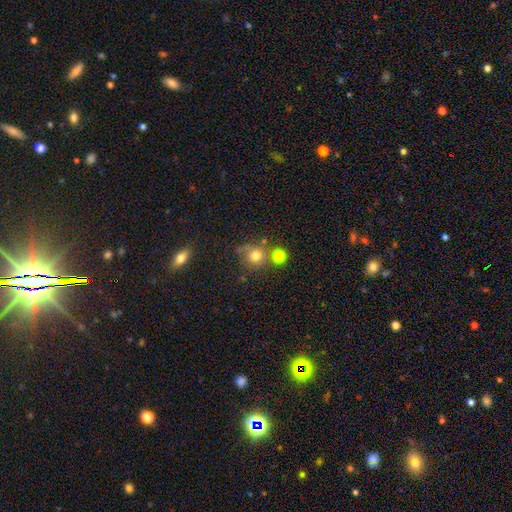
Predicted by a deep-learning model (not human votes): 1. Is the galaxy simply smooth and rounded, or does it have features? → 74% smooth, 15% star or artifact, 11% featured or disk.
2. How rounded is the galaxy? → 88% round, 11% in between, 1% cigar-shaped.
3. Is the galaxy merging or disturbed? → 61% none, 21% merger, 12% minor disturbance, 5% major disturbance.